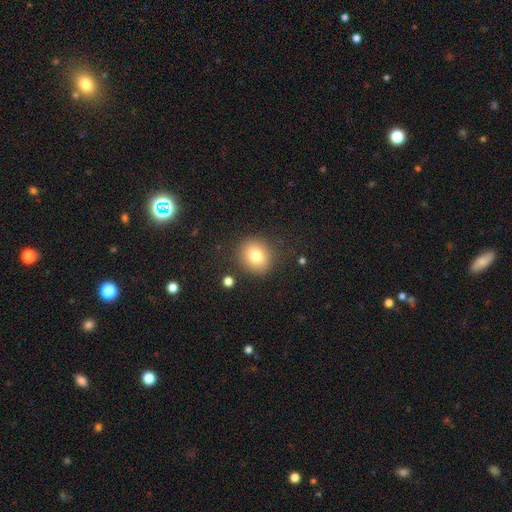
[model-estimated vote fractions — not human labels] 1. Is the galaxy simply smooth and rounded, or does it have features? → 79% smooth, 11% star or artifact, 10% featured or disk.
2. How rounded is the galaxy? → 78% round, 21% in between, 1% cigar-shaped.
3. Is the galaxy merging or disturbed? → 85% none, 9% minor disturbance, 3% major disturbance, 2% merger.